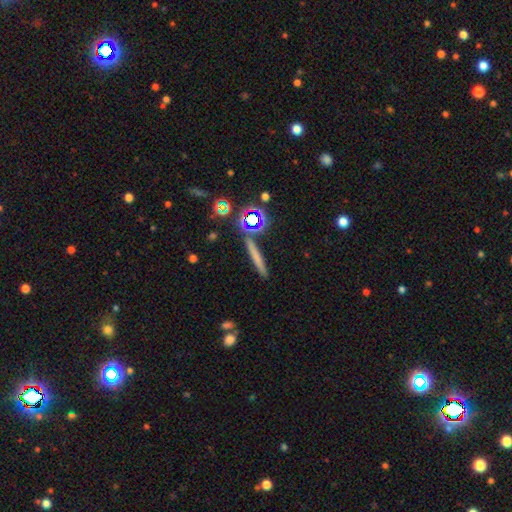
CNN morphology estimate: This is possibly a smooth galaxy (60%). How rounded: clearly cigar-shaped (89%). Merging: clearly none (86%).